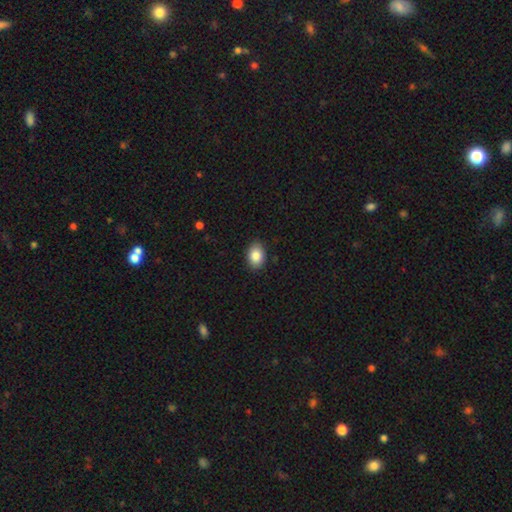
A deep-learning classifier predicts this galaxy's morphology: Smooth or featured? smooth (86%)
How rounded? in between (82%)
Merging? none (88%)